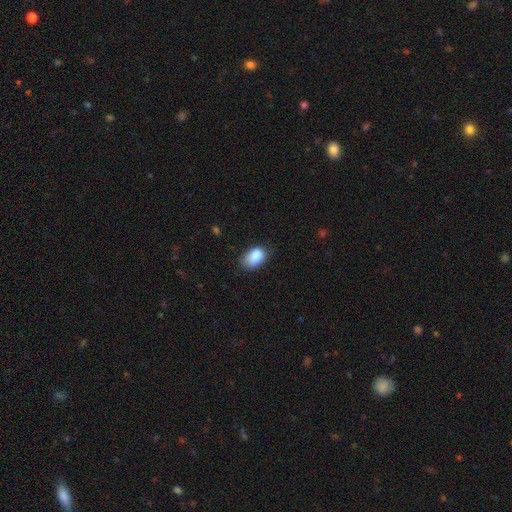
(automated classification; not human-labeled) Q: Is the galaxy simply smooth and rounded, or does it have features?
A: smooth — 86%.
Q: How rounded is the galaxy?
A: in between — 88%.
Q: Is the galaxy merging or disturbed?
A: none — 65%.